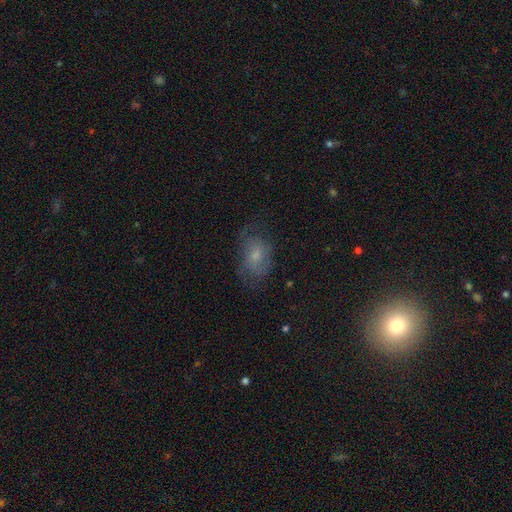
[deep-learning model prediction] Smooth or featured: smooth — 49% (featured or disk — 39%)
Merging: none — 59% (minor disturbance — 24%)